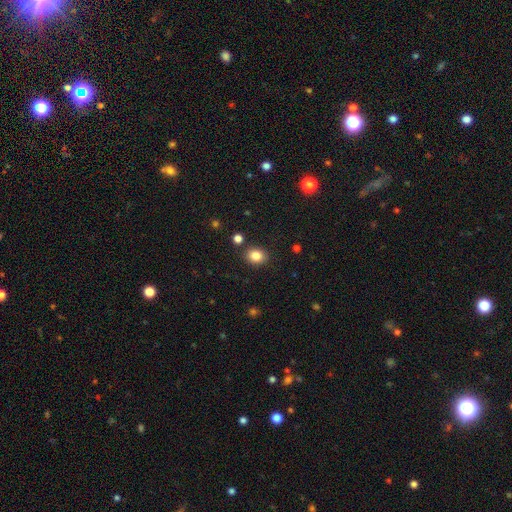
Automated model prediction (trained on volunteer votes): The model was most divided on "how rounded": round: 56%, in between: 43%, cigar-shaped: 1%. More confident: merging — none (86%); smooth or featured — smooth (84%).